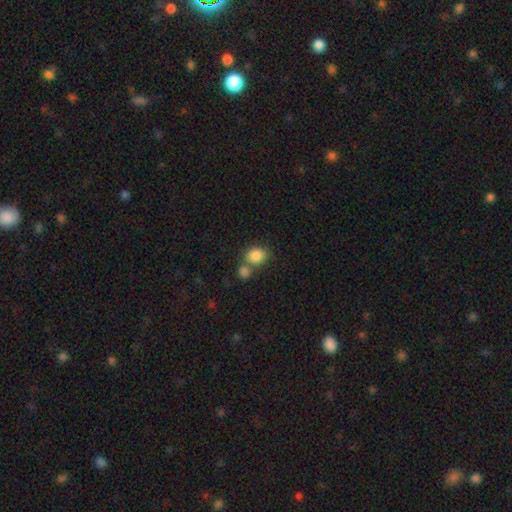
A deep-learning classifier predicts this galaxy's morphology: Overall: smooth (85%). How rounded: round (69%; in between 30%). Merging: none (54%; merger 32%).